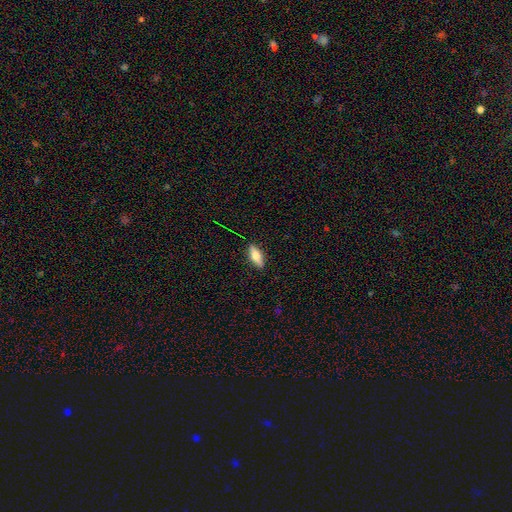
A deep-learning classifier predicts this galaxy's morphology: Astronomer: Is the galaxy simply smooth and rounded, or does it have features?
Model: smooth — 59%.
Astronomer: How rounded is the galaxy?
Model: in between — 66%.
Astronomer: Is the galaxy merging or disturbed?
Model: none — 87%.